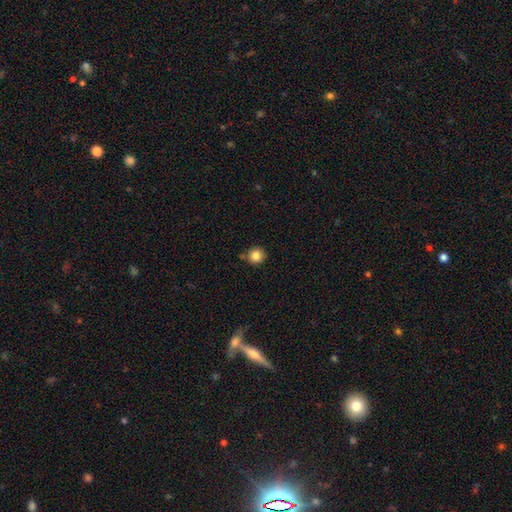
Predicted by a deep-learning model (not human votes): A smooth galaxy with no disk features (84%) that is round (93%). Merging: none (81%).